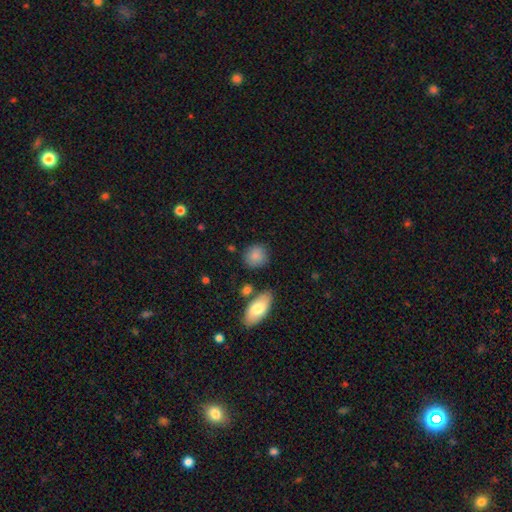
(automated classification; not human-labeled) This appears to be a smooth galaxy with no disk features (86%) that is round (76%). Merging: none (79%).